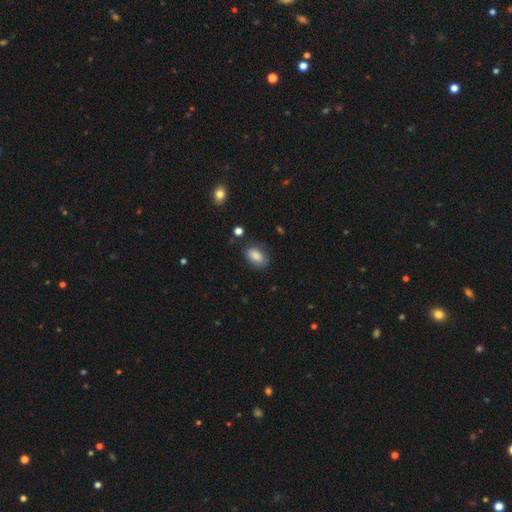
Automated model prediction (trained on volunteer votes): smooth 83%, featured or disk 9%, star or artifact 8%. Down the decision tree: how rounded — in between (88%); merging — none (76%).